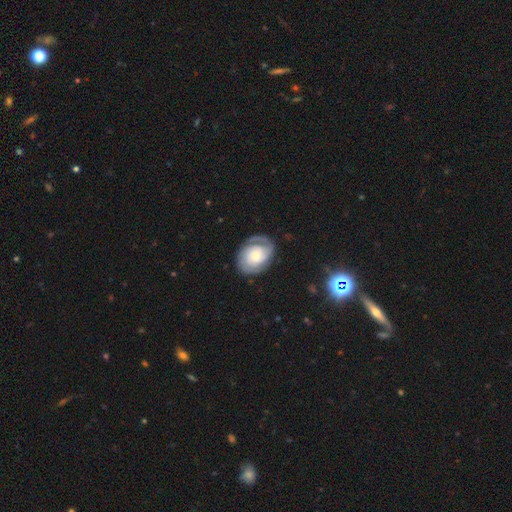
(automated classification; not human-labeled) Smooth or featured? featured or disk (70%)
Edge-on disk? no (97%)
Bar? no (78%)
Spiral arms? yes (87%)
Spiral winding? tight (63%)
Spiral arm count? 2 (48%)
Bulge size? small (53%)
Merging? none (72%)